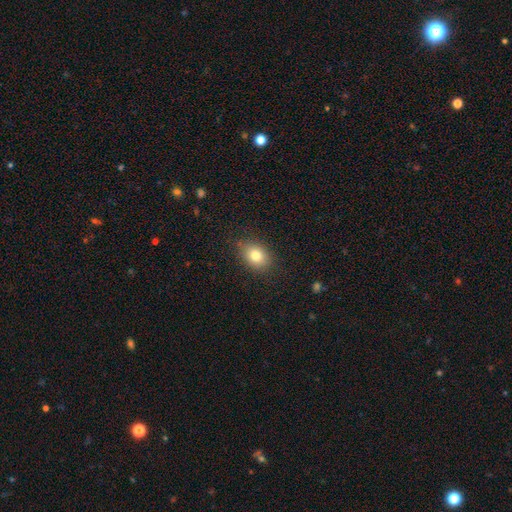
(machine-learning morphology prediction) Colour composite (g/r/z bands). It shows a smooth galaxy with no disk features (79%) that is in between round and cigar-shaped (63%). Merging: none (83%).